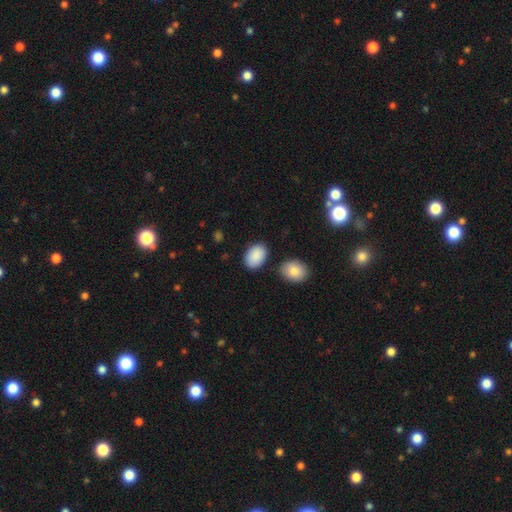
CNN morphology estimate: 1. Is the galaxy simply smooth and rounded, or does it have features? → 89% smooth, 6% star or artifact, 5% featured or disk.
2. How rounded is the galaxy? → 85% in between, 14% round, 1% cigar-shaped.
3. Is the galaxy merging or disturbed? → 80% none, 12% minor disturbance, 5% merger, 3% major disturbance.